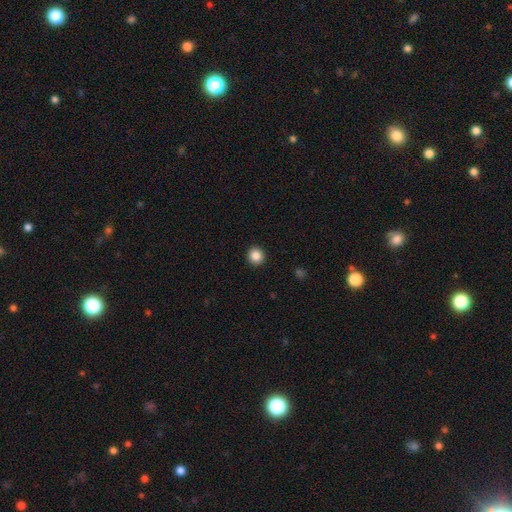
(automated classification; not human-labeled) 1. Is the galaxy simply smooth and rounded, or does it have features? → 86% smooth, 10% star or artifact, 4% featured or disk.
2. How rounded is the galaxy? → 94% round, 5% in between, 1% cigar-shaped.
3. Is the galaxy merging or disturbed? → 93% none, 4% minor disturbance, 2% major disturbance, 1% merger.